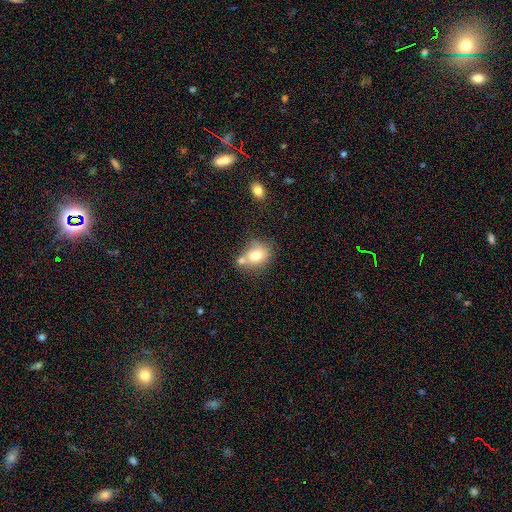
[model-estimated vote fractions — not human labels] smooth-or-featured: smooth: 73% | featured or disk: 17% | star or artifact: 10%
  how-rounded: round: 51% | in between: 48% | cigar-shaped: 1%
  merging: none: 44% | merger: 31% | minor disturbance: 19% | major disturbance: 6%